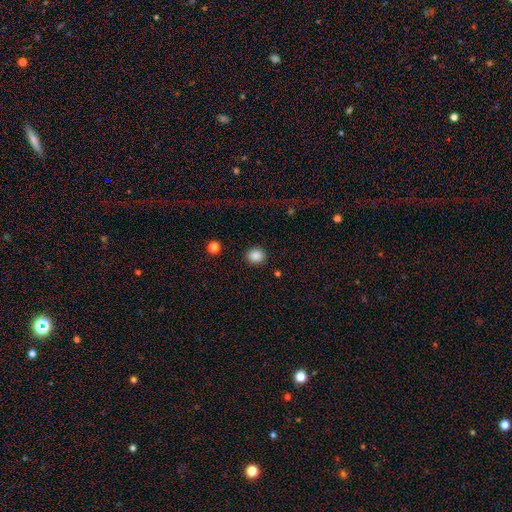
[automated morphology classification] Smooth or featured?
  - smooth: 87% *
  - star or artifact: 10%
  - featured or disk: 3%
How rounded?
  - round: 78% *
  - in between: 21%
  - cigar-shaped: 1%
Merging?
  - none: 90% *
  - minor disturbance: 6%
  - major disturbance: 2%
  - merger: 1%